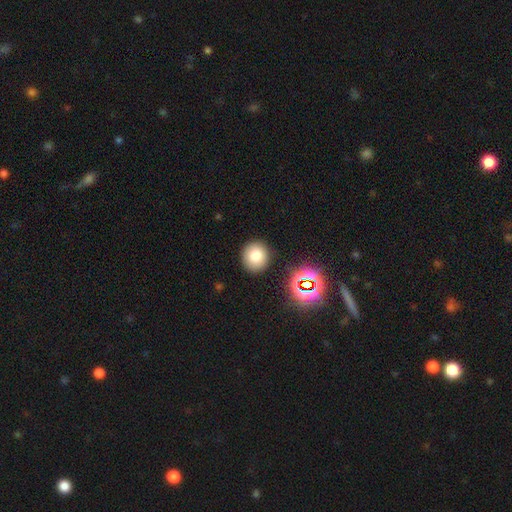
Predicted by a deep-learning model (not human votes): This appears to be a smooth galaxy with no disk features (77%) that is round (87%). Merging: none (89%).